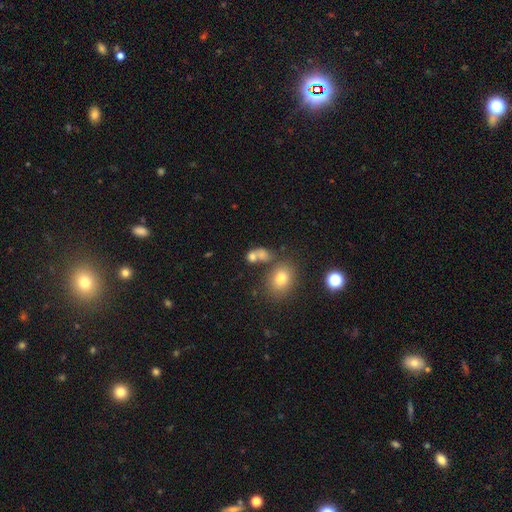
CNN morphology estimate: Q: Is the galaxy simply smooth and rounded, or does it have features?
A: smooth — 71%.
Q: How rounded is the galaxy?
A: in between — 54%.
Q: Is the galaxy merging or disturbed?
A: merger — 41%.